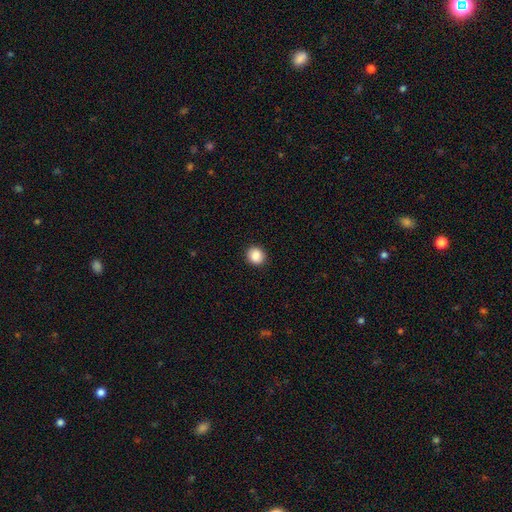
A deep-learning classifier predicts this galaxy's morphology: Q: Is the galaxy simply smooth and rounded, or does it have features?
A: smooth — 88%.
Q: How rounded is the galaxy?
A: round — 87%.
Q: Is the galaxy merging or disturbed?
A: none — 92%.